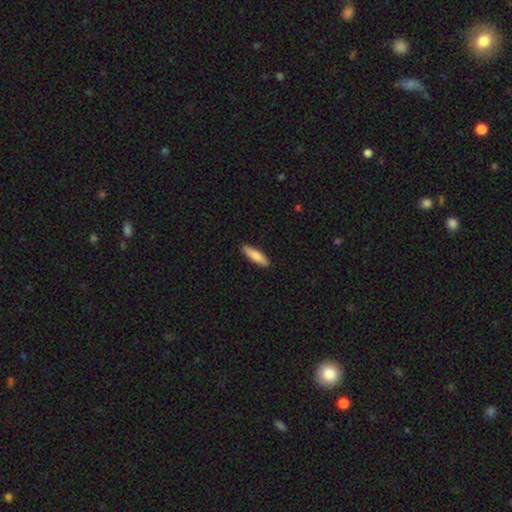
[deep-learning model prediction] A smooth galaxy with no disk features (80%) that is cigar-shaped (70%).

Vote fractions:
- Smooth or featured? smooth: 80% / featured or disk: 15% / star or artifact: 5%
- How rounded? cigar-shaped: 70% / in between: 28% / round: 2%
- Merging? none: 90% / minor disturbance: 8% / major disturbance: 1% / merger: 1%